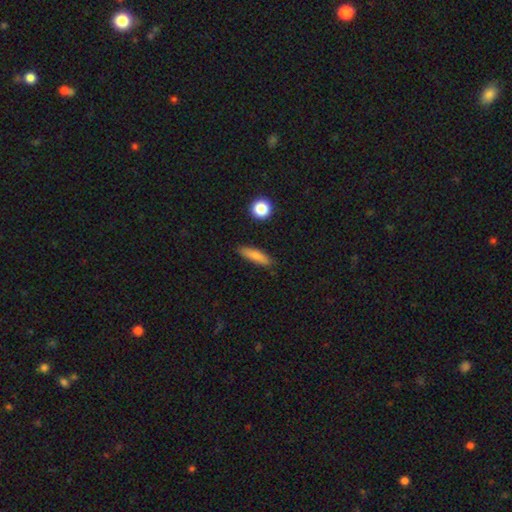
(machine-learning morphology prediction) type=smooth (80%); roundness=cigar-shaped (69%); merging=none (85%).